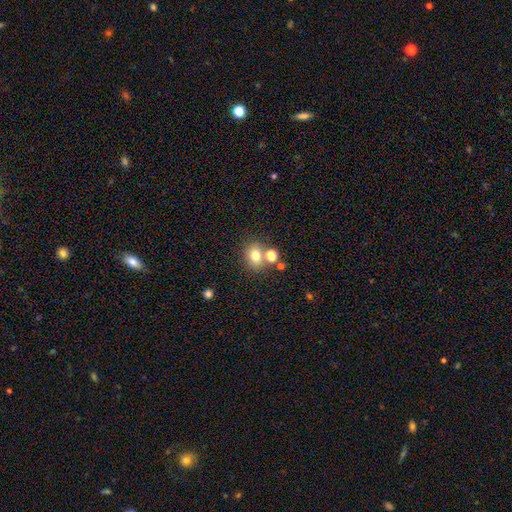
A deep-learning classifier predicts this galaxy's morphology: A smooth galaxy with no disk features (76%) that is round (60%).

Vote fractions:
- Smooth or featured? smooth: 76% / star or artifact: 14% / featured or disk: 10%
- How rounded? round: 60% / in between: 39% / cigar-shaped: 1%
- Merging? none: 61% / merger: 25% / minor disturbance: 10% / major disturbance: 4%